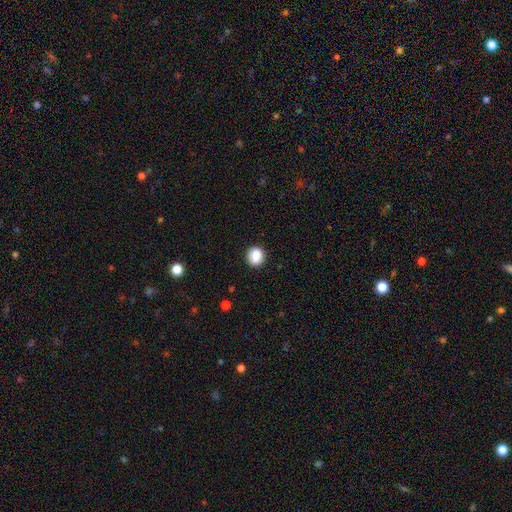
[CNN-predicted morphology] This appears to be a smooth galaxy with no disk features (88%) that is round (84%). Merging: none (90%).